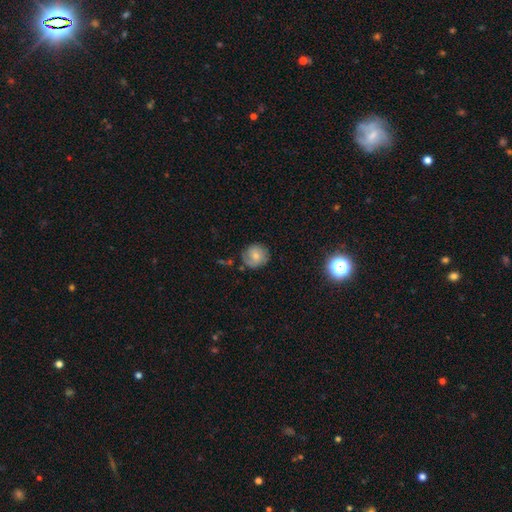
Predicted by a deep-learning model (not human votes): smooth-or-featured: smooth: 60% | featured or disk: 31% | star or artifact: 10%
  how-rounded: round: 88% | in between: 11% | cigar-shaped: 1%
  merging: none: 72% | minor disturbance: 20% | major disturbance: 5% | merger: 3%